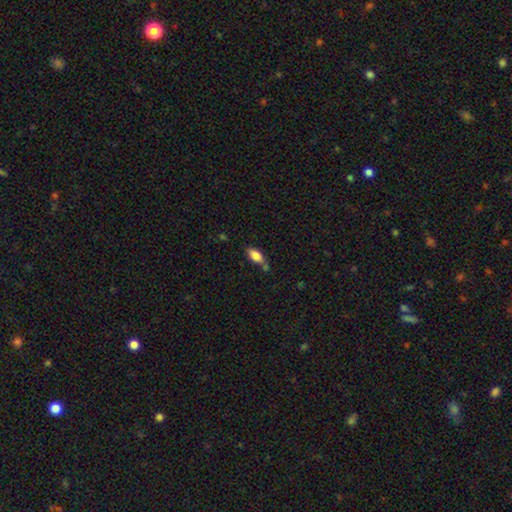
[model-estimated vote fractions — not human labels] smooth 83%, featured or disk 10%, star or artifact 8%. Down the decision tree: how rounded — in between (90%); merging — none (60%).